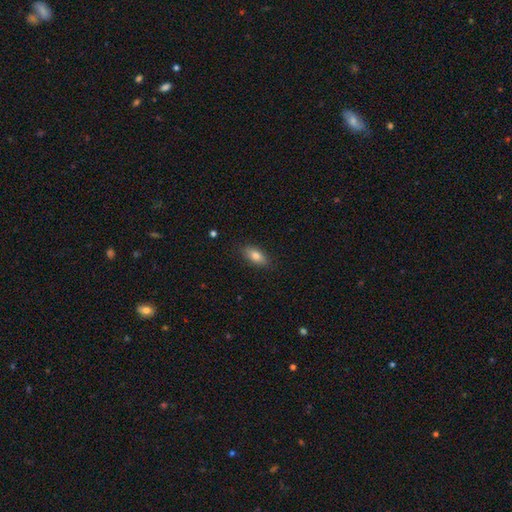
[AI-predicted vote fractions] A smooth galaxy with no disk features (80%) that is in between round and cigar-shaped (83%). Merging: none (85%).